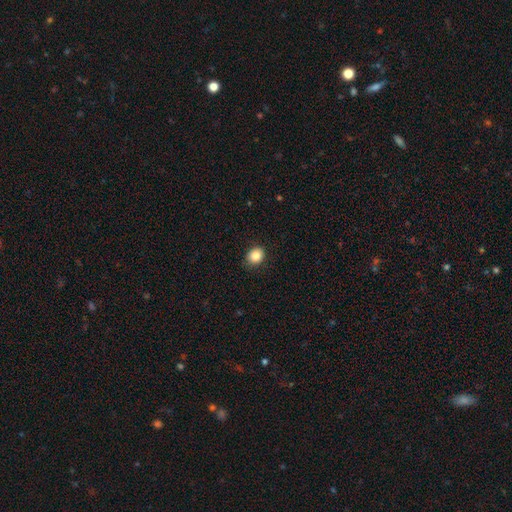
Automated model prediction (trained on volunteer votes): A smooth galaxy with no disk features (86%) that is round (64%).

Vote fractions:
- Smooth or featured? smooth: 86% / star or artifact: 10% / featured or disk: 4%
- How rounded? round: 64% / in between: 35% / cigar-shaped: 1%
- Merging? none: 86% / minor disturbance: 11% / major disturbance: 2% / merger: 1%